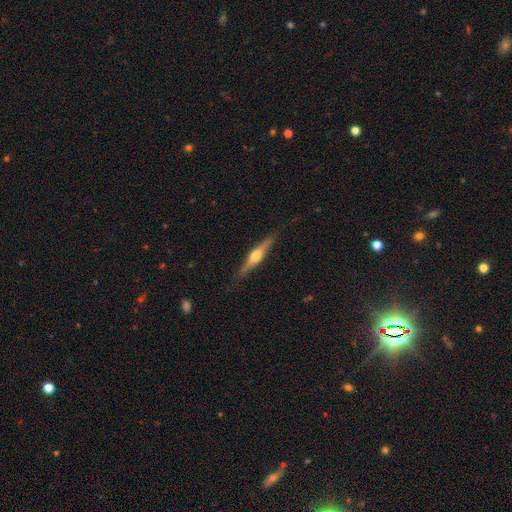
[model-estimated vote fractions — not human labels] Smooth or featured?
  - featured or disk: 69% *
  - smooth: 25%
  - star or artifact: 6%
Edge-on disk?
  - yes: 97% *
  - no: 3%
Edge-on bulge?
  - rounded: 93% *
  - boxy: 4%
  - none: 3%
Merging?
  - none: 87% *
  - minor disturbance: 10%
  - major disturbance: 2%
  - merger: 1%